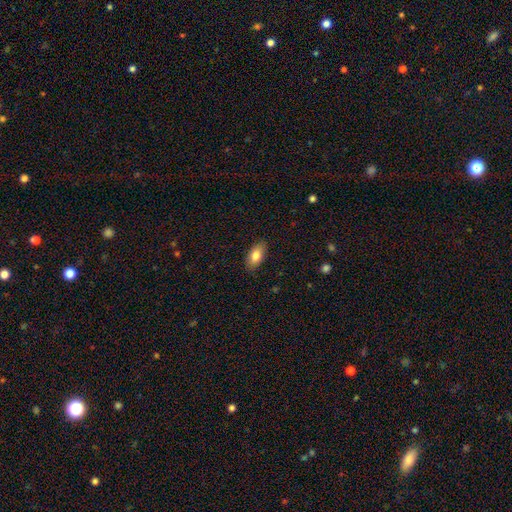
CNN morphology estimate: A smooth galaxy with no disk features (81%) that is in between round and cigar-shaped (89%). Merging: none (87%).